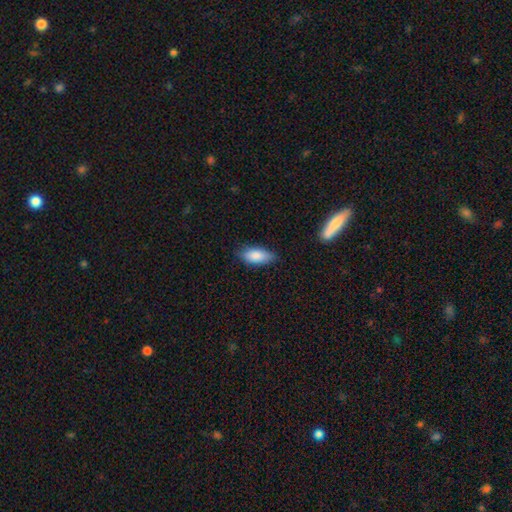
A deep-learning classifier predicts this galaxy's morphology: Smooth or featured? Predicted: smooth (p=0.85). How rounded? Predicted: in between (p=0.85). Merging? Predicted: none (p=0.78).